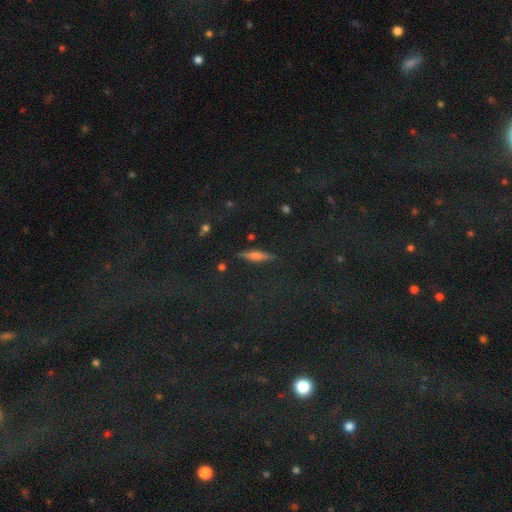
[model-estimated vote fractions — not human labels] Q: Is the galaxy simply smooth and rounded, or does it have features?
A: smooth — 45%.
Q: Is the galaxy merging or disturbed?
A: none — 85%.